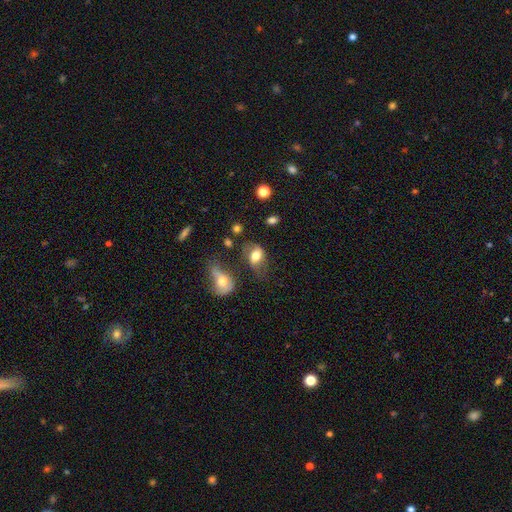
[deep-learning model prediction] Overall: smooth (64%; featured or disk 26%). How rounded: in between (77%). Merging: none (35%; minor disturbance 27%).